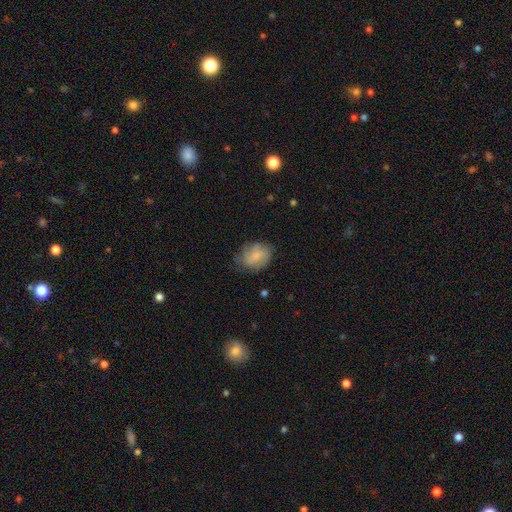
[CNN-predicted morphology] The model was most divided on "how rounded": in between: 52%, round: 47%, cigar-shaped: 1%. More confident: merging — none (63%); smooth or featured — smooth (62%).